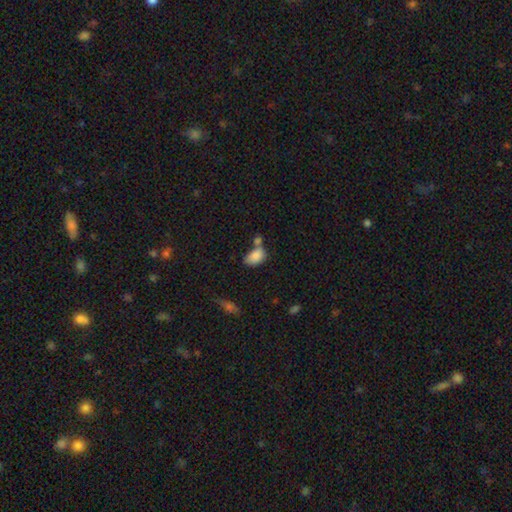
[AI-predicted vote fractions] Morphology: type=smooth (84%); roundness=in between (90%); merging=none (40%).